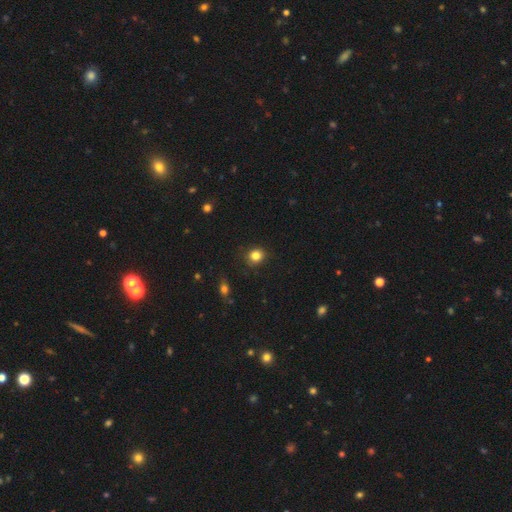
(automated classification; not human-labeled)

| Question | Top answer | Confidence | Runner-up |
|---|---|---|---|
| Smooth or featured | smooth | 83% | star or artifact (12%) |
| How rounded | round | 79% | in between (20%) |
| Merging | none | 85% | minor disturbance (11%) |